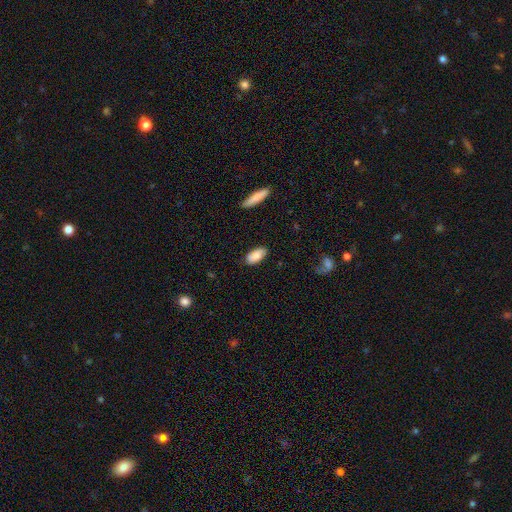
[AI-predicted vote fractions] The model was most divided on "smooth or featured": smooth: 82%, featured or disk: 11%, star or artifact: 6%. More confident: how rounded — in between (91%); merging — none (85%).